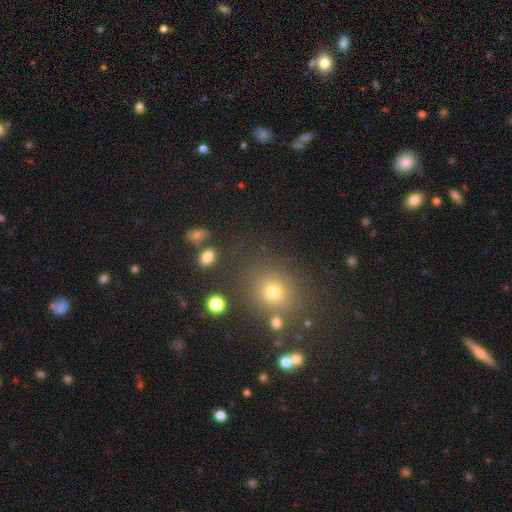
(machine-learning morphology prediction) This appears to be a smooth galaxy with no disk features (56%) that is round (77%). Merging: none (84%).